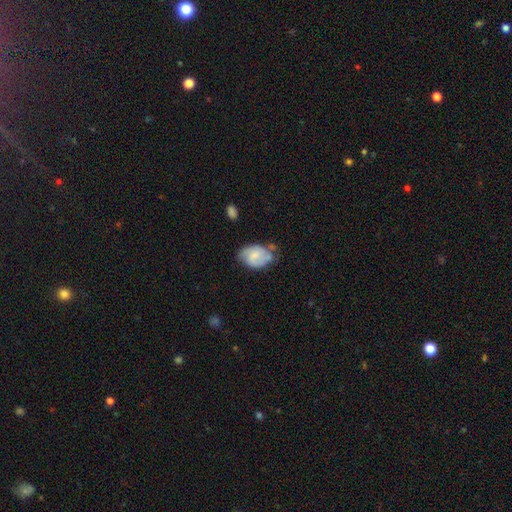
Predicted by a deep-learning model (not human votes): Smooth or featured? smooth (50%)
Merging? none (47%)